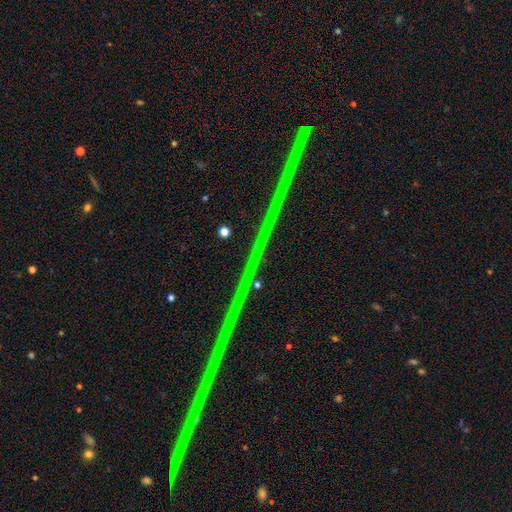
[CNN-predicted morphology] This is clearly a star or artifact rather than a galaxy (88%).